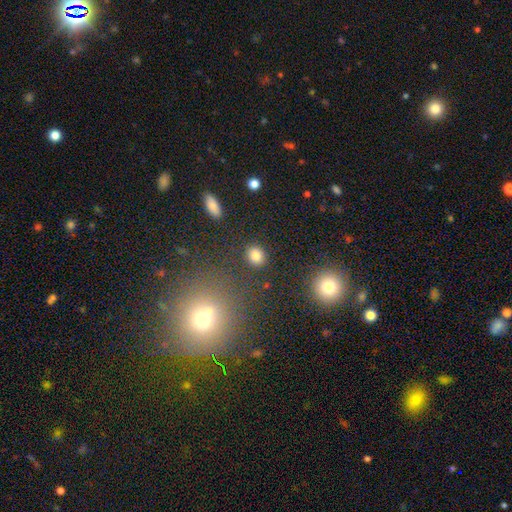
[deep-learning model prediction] Overall: smooth (84%). How rounded: round (67%; in between 32%). Merging: none (86%).